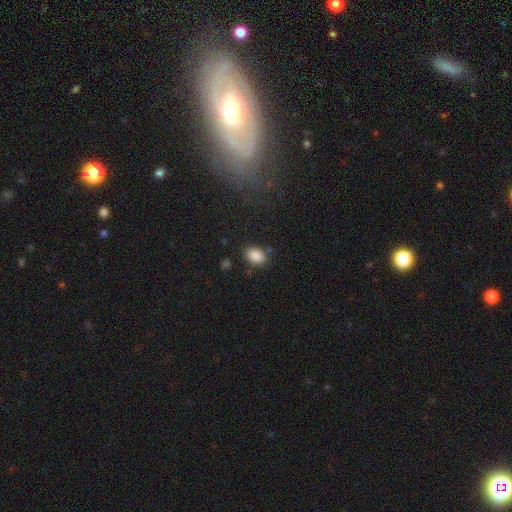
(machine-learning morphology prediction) A smooth galaxy with no disk features (88%) that is in between round and cigar-shaped (78%). Merging: none (80%).